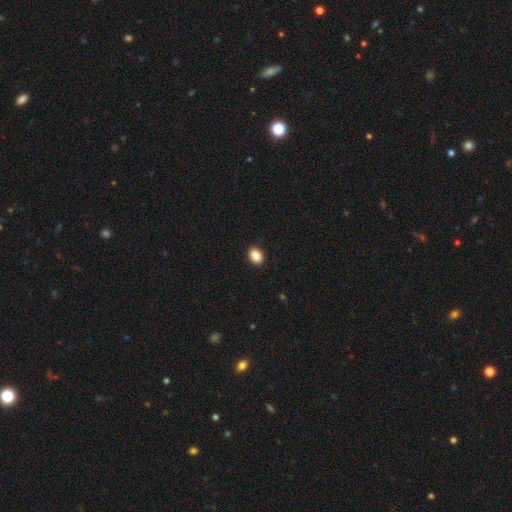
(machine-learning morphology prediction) smooth-or-featured: smooth: 87% | star or artifact: 8% | featured or disk: 5%
  how-rounded: in between: 74% | round: 25% | cigar-shaped: 1%
  merging: none: 90% | minor disturbance: 7% | major disturbance: 2% | merger: 1%